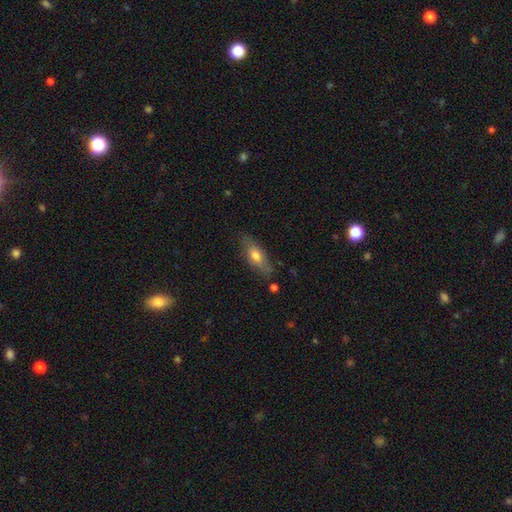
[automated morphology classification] A smooth galaxy with no disk features (65%) that is in between round and cigar-shaped (68%). Merging: none (75%).